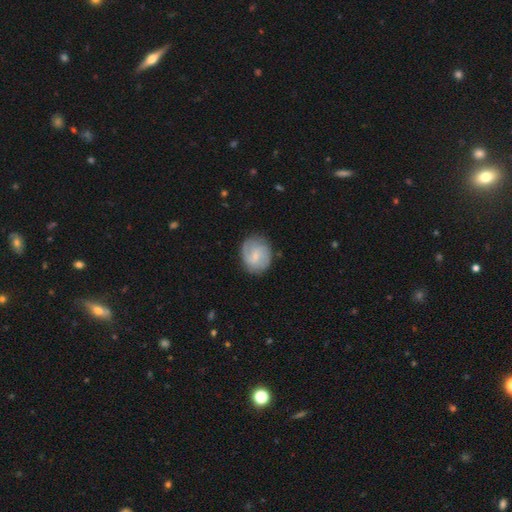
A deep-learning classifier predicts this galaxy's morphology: smooth_or_featured: featured or disk (p=0.61) [alt: smooth p=0.33]
disk_edge_on: no (p=0.98) [alt: yes p=0.02]
bar: weak (p=0.58) [alt: no p=0.31]
has_spiral_arms: yes (p=0.90) [alt: no p=0.10]
spiral_winding: medium (p=0.44) [alt: tight p=0.34]
spiral_arm_count: 2 (p=0.56) [alt: can't tell p=0.21]
bulge_size: small (p=0.51) [alt: none p=0.25]
merging: none (p=0.76) [alt: minor disturbance p=0.17]